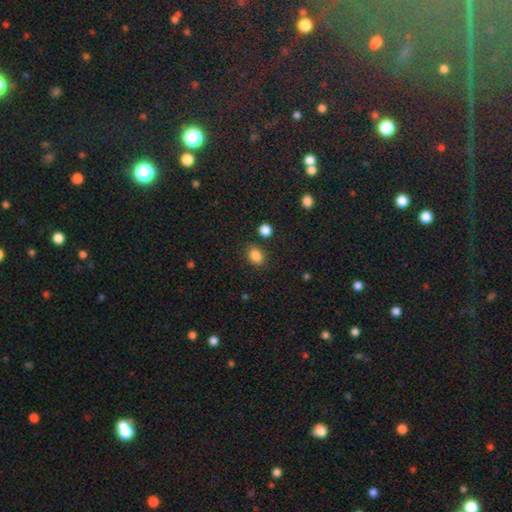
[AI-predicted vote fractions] Morphology: type=smooth (85%); roundness=in between (54%); merging=none (83%).